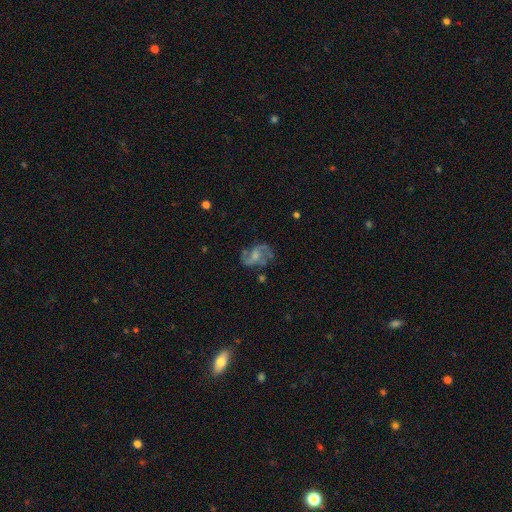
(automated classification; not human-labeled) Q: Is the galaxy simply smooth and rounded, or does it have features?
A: featured or disk — 75%.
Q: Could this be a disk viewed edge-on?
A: no — 97%.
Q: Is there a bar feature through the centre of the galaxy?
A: no — 56%.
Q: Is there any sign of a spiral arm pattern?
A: yes — 87%.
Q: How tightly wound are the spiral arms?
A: medium — 46%.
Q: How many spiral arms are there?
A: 2 — 71%.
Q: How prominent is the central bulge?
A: small — 38%.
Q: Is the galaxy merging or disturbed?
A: none — 60%.